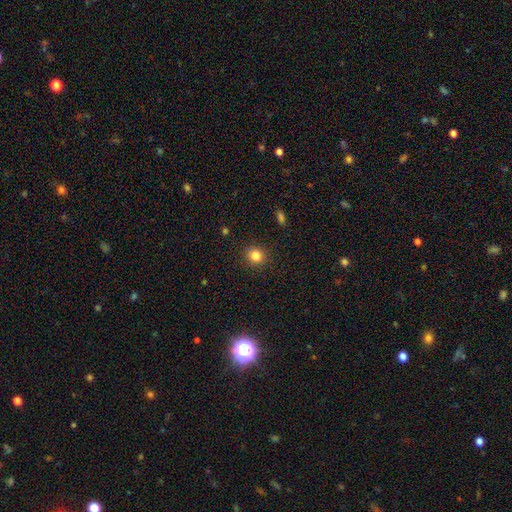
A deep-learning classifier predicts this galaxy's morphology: type=smooth (83%); roundness=round (88%); merging=none (91%).